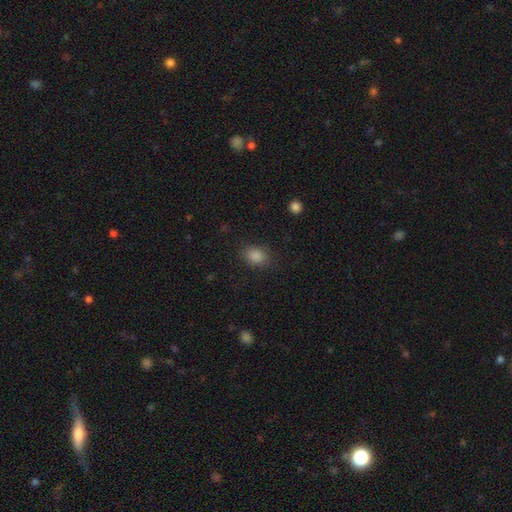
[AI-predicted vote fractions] A smooth galaxy with no disk features (84%) that is in between round and cigar-shaped (64%). Merging: none (84%).